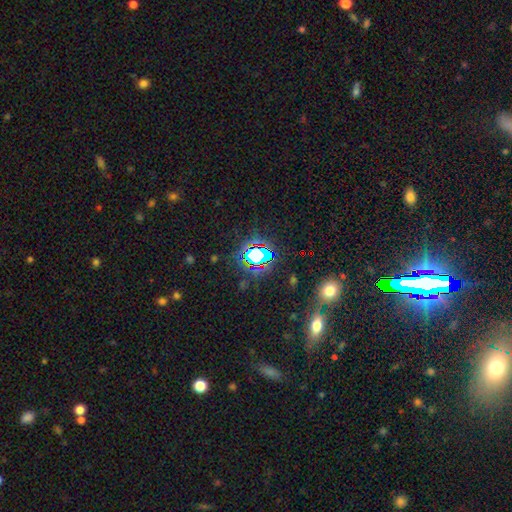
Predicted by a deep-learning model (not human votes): Smooth or featured? Predicted: star or artifact (p=0.70).